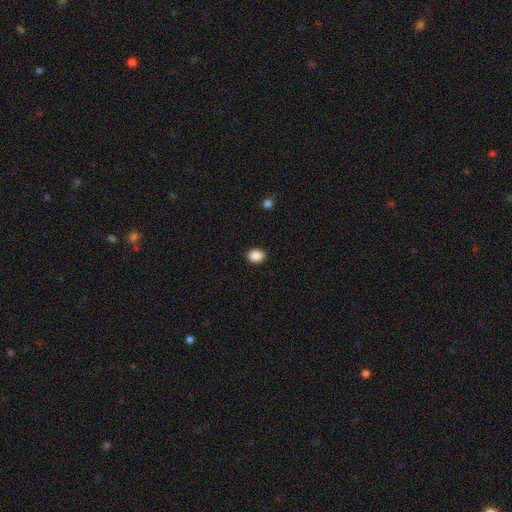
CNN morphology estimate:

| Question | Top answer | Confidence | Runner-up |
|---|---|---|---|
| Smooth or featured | smooth | 88% | star or artifact (9%) |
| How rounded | round | 54% | in between (46%) |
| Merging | none | 90% | minor disturbance (7%) |